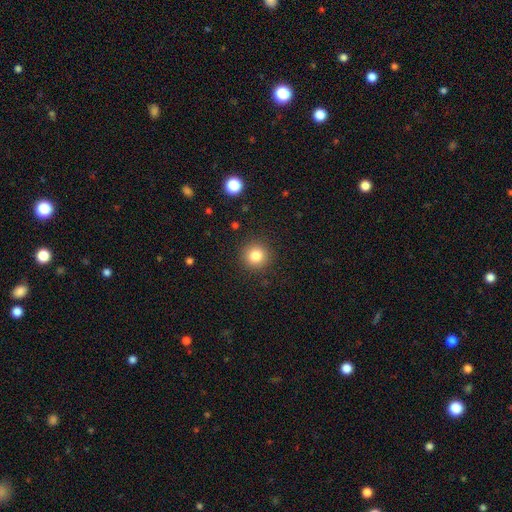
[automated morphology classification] The model was most divided on "smooth or featured": smooth: 82%, star or artifact: 12%, featured or disk: 6%. More confident: how rounded — round (95%); merging — none (91%).